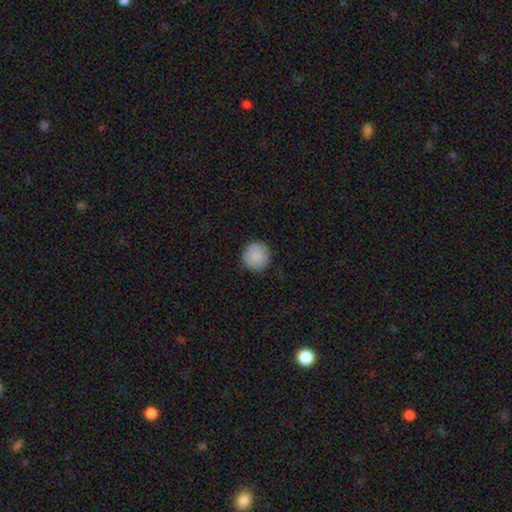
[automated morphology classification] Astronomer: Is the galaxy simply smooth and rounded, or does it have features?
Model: smooth — 89%.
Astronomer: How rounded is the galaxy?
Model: round — 95%.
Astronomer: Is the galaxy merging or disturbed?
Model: none — 90%.